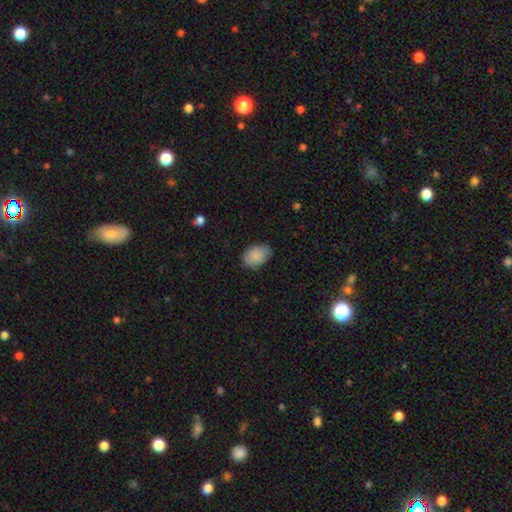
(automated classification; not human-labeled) Q: Smooth or featured?
A: smooth (88%); runner-up: star or artifact (7%)
Q: How rounded?
A: in between (81%); runner-up: round (18%)
Q: Merging?
A: none (78%); runner-up: minor disturbance (18%)